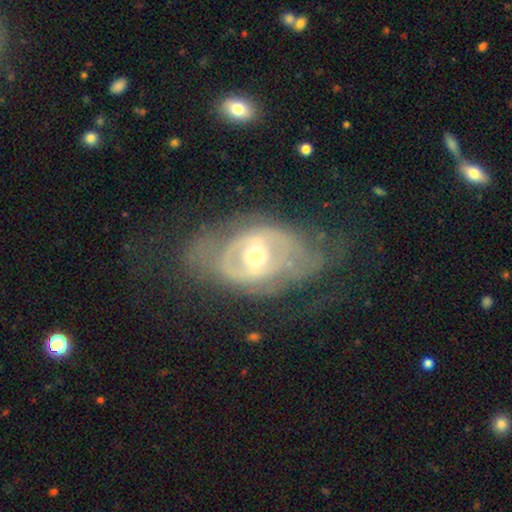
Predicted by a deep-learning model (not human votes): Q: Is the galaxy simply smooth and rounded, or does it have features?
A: featured or disk — 79%.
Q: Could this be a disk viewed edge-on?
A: no — 94%.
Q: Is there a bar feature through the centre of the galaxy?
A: no — 44%.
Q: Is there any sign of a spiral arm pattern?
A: yes — 61%.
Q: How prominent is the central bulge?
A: moderate — 68%.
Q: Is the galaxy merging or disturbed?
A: none — 52%.